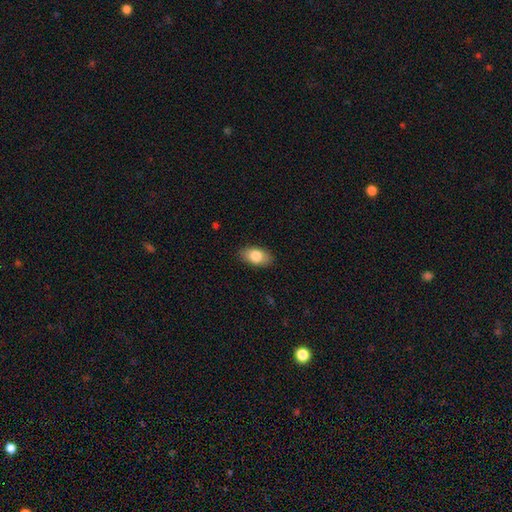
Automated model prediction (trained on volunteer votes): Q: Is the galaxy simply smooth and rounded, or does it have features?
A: smooth — 82%.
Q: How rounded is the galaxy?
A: in between — 92%.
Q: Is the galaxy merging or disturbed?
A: none — 87%.